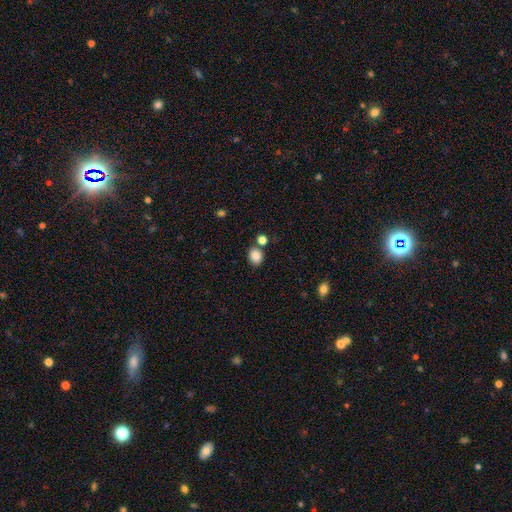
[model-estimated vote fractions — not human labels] Q: Smooth or featured?
A: smooth (85%); runner-up: star or artifact (10%)
Q: How rounded?
A: round (55%); runner-up: in between (44%)
Q: Merging?
A: none (72%); runner-up: merger (13%)